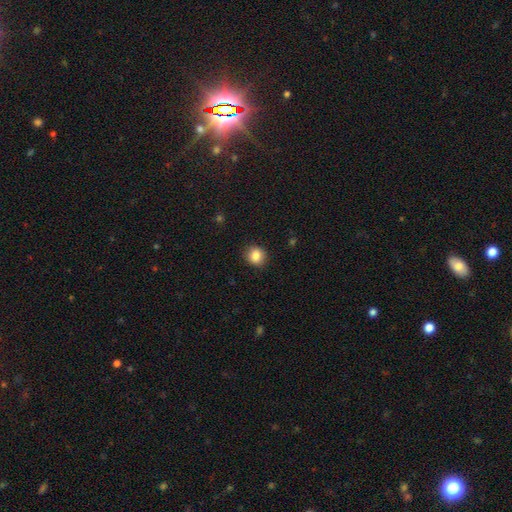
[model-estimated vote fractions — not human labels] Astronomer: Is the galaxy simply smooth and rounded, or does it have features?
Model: smooth — 85%.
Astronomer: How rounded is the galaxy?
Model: round — 79%.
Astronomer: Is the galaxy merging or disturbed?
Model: none — 89%.